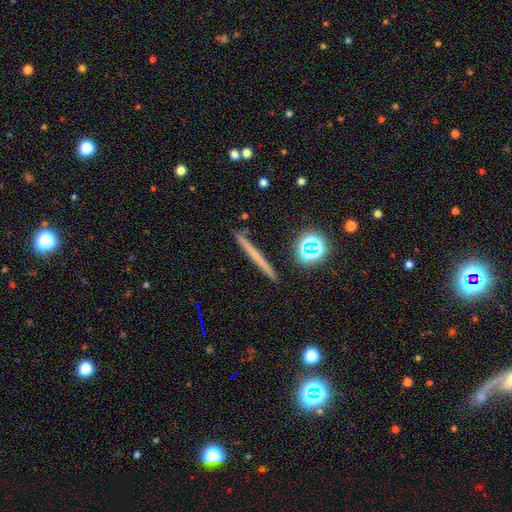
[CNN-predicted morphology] Smooth or featured: smooth — 47% (featured or disk — 41%)
Merging: none — 91% (minor disturbance — 6%)